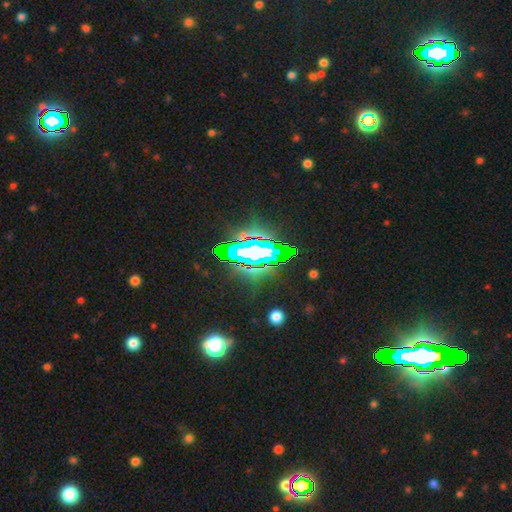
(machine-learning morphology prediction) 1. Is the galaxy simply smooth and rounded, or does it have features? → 67% star or artifact, 17% featured or disk, 16% smooth.